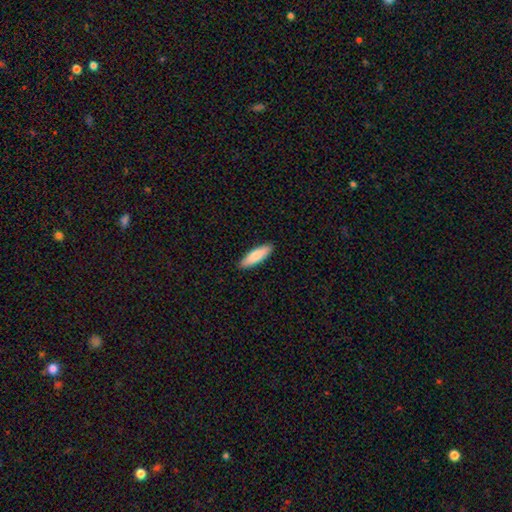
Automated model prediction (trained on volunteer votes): smooth 85%, featured or disk 10%, star or artifact 5%. Down the decision tree: how rounded — cigar-shaped (55%); merging — none (90%).